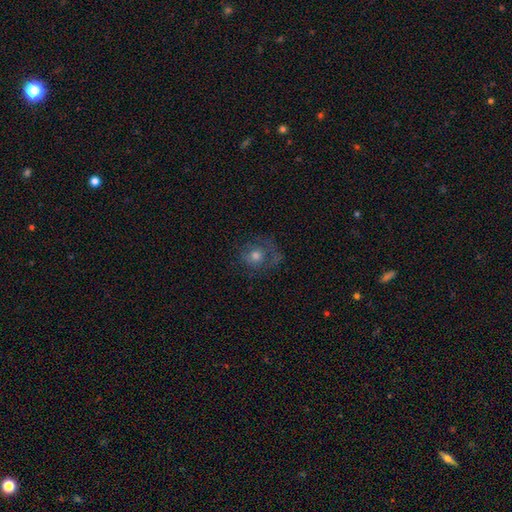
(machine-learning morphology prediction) Smooth or featured? Predicted: smooth (p=0.48). Merging? Predicted: none (p=0.58).